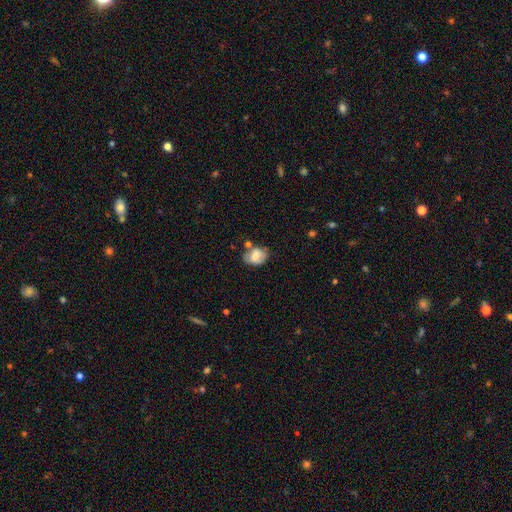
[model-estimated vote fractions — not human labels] smooth_or_featured: smooth (p=0.68) [alt: featured or disk p=0.23]
how_rounded: in between (p=0.69) [alt: round p=0.30]
merging: none (p=0.49) [alt: minor disturbance p=0.25]